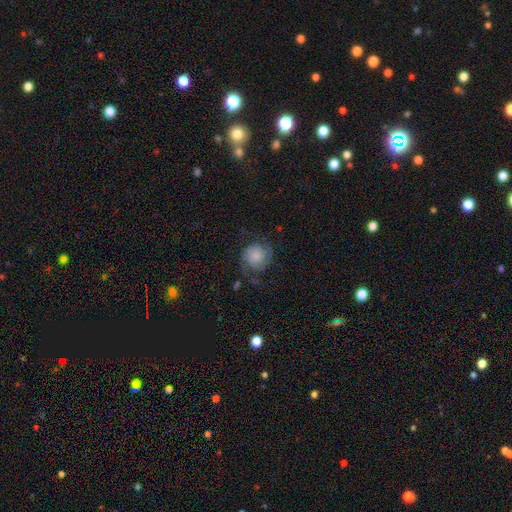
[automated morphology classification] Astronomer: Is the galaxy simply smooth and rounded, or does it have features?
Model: featured or disk — 56% (runner-up: smooth, 35%).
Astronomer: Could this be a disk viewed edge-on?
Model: no — 98%.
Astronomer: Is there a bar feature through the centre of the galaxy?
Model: no — 78%.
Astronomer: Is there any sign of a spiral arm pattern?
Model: yes — 92%.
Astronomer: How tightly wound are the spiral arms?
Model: medium — 40% (runner-up: loose, 32%).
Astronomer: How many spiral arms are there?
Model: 2 — 87%.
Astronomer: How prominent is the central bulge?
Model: small — 37% (runner-up: moderate, 22%).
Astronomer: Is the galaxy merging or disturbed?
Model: none — 65%.